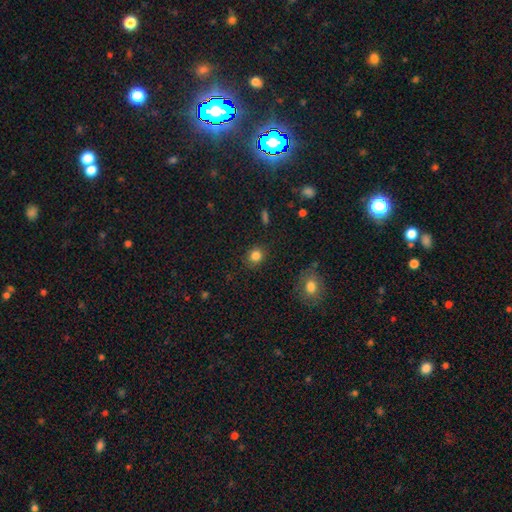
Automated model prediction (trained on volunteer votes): Smooth or featured? Predicted: smooth (p=0.84). How rounded? Predicted: round (p=0.81). Merging? Predicted: none (p=0.86).